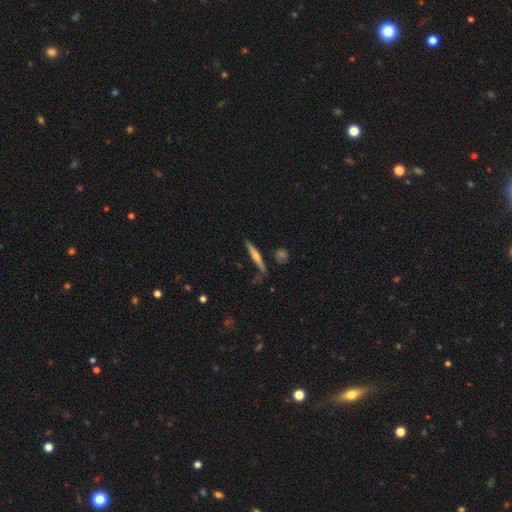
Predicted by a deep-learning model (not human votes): Smooth or featured?
  - featured or disk: 56% *
  - smooth: 37%
  - star or artifact: 6%
Edge-on disk?
  - yes: 96% *
  - no: 4%
Edge-on bulge?
  - rounded: 78% *
  - none: 17%
  - boxy: 5%
Merging?
  - none: 80% *
  - minor disturbance: 13%
  - merger: 4%
  - major disturbance: 3%